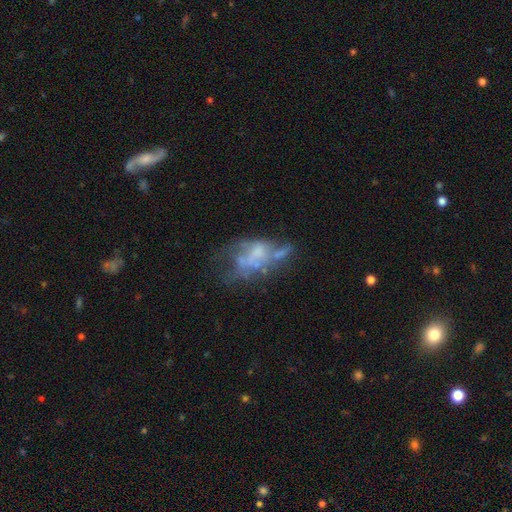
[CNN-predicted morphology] smooth_or_featured: featured or disk (p=0.62) [alt: smooth p=0.24]
disk_edge_on: no (p=0.96) [alt: yes p=0.04]
bar: no (p=0.84) [alt: weak p=0.13]
has_spiral_arms: no (p=0.83) [alt: yes p=0.17]
bulge_size: none (p=0.59) [alt: small p=0.18]
merging: major disturbance (p=0.36) [alt: none p=0.28]